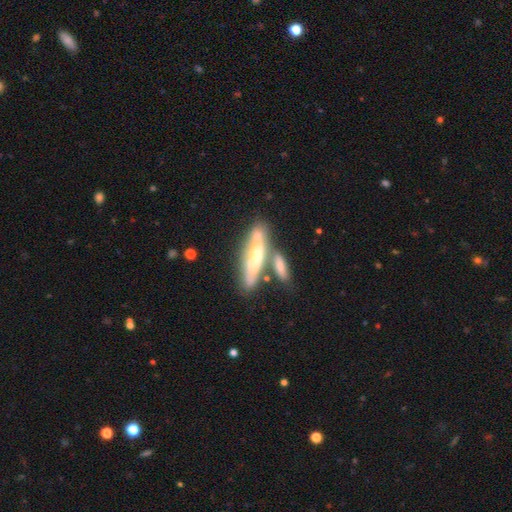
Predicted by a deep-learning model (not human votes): Smooth or featured?
  - featured or disk: 58% *
  - smooth: 36%
  - star or artifact: 6%
Edge-on disk?
  - yes: 54% *
  - no: 46%
Merging?
  - none: 45% *
  - merger: 32%
  - minor disturbance: 16%
  - major disturbance: 7%